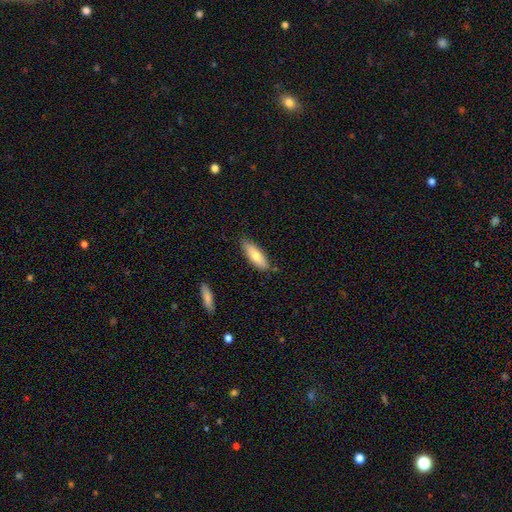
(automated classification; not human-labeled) A smooth galaxy with no disk features (73%) that is in between round and cigar-shaped (60%).

Vote fractions:
- Smooth or featured? smooth: 73% / featured or disk: 21% / star or artifact: 6%
- How rounded? in between: 60% / cigar-shaped: 38% / round: 2%
- Merging? none: 81% / minor disturbance: 14% / merger: 3% / major disturbance: 2%